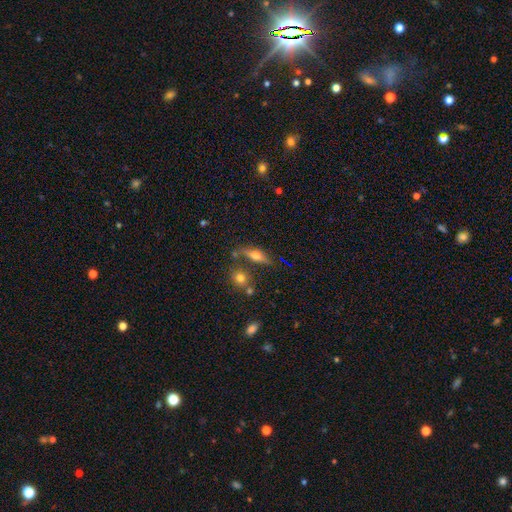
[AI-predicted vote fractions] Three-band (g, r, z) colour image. It shows a smooth galaxy with no disk features (45%). Merging: none (67%).